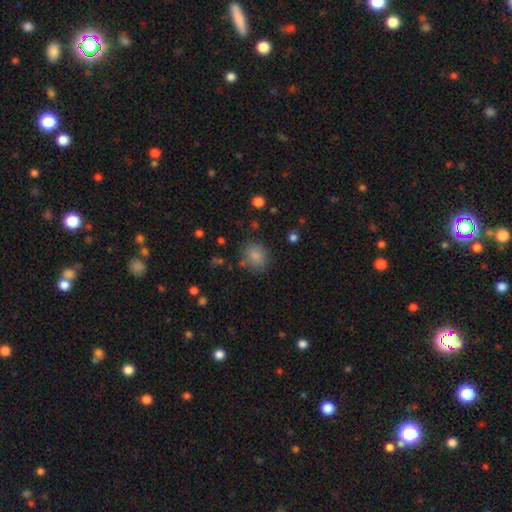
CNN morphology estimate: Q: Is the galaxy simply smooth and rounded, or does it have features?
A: smooth — 83%.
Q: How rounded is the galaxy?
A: round — 61%.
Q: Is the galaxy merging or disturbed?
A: none — 76%.